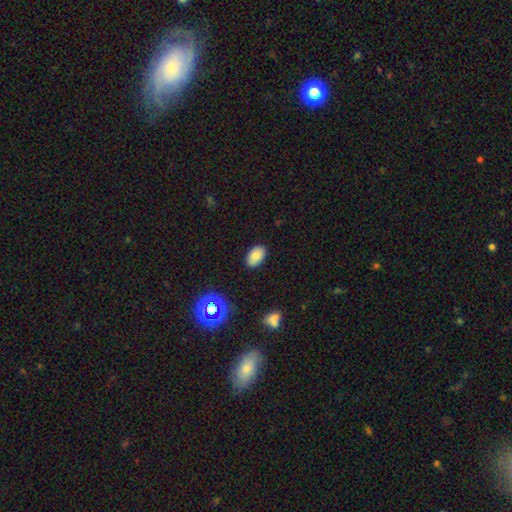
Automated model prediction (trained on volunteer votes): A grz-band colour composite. It shows a smooth galaxy with no disk features (83%) that is in between round and cigar-shaped (91%). Merging: none (86%).